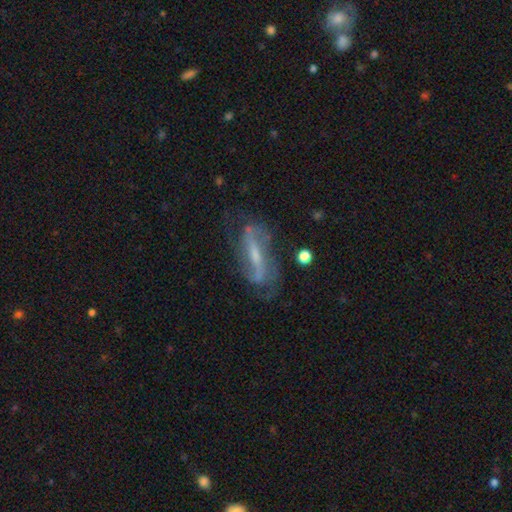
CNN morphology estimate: A featured or disk galaxy (77%) with a strong bar (51%), 2 (78%) loose (44%) spiral arms (87%) and a small central bulge (52%). Merging: none (62%).